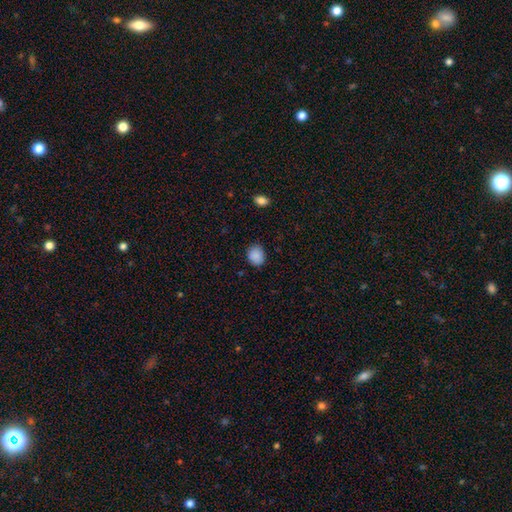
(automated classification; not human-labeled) smooth-or-featured: smooth: 88% | star or artifact: 8% | featured or disk: 3%
  how-rounded: round: 57% | in between: 42% | cigar-shaped: 1%
  merging: none: 82% | minor disturbance: 14% | major disturbance: 3% | merger: 1%